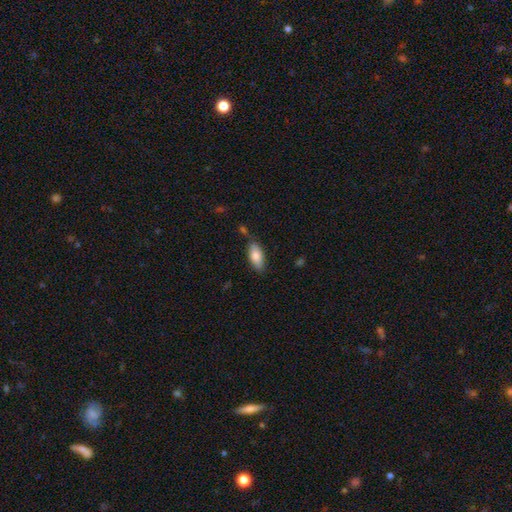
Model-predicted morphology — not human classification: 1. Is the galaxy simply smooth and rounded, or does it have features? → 79% smooth, 14% featured or disk, 6% star or artifact.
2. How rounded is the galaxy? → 85% in between, 13% cigar-shaped, 2% round.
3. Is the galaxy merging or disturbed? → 71% none, 20% minor disturbance, 6% merger, 4% major disturbance.